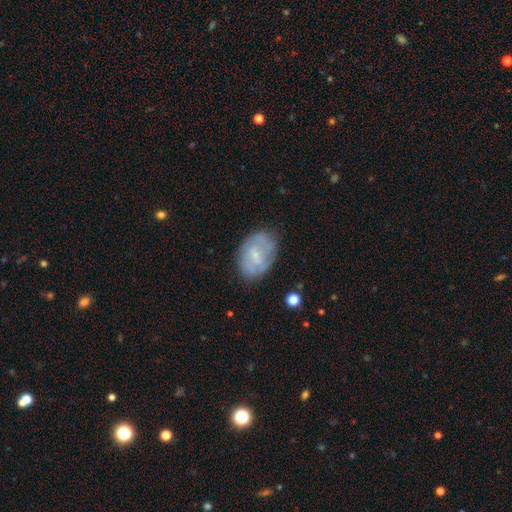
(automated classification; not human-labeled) featured or disk 53%, smooth 40%, star or artifact 7%. Down the decision tree: edge-on disk — no (96%); bar — weak (51%); spiral arms — yes (62%); bulge size — small (54%); merging — none (70%).